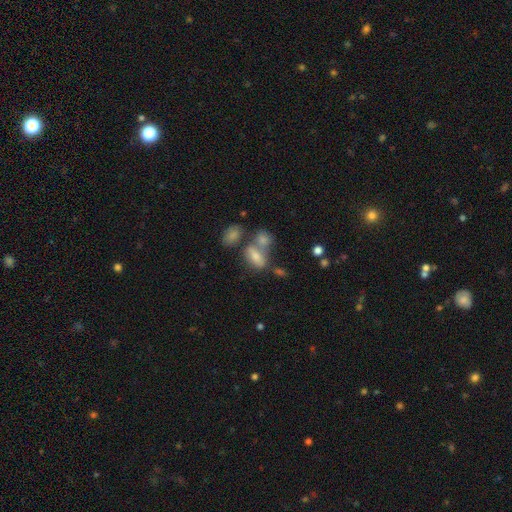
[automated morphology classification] A smooth galaxy with no disk features (63%) that is in between round and cigar-shaped (82%). Merging: merger (42%).